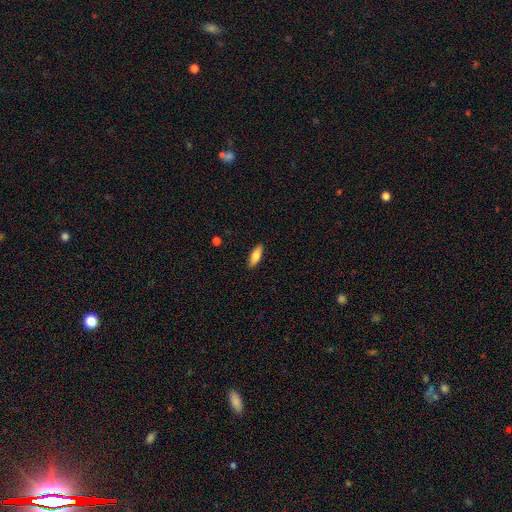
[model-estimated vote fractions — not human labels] Overall: smooth (81%). How rounded: in between (62%; cigar-shaped 36%). Merging: none (89%).